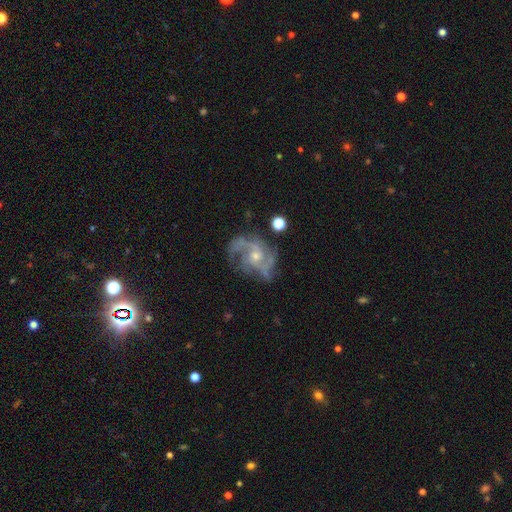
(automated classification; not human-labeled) Smooth or featured? Predicted: featured or disk (p=0.86). Edge-on disk? Predicted: no (p=0.98). Bar? Predicted: no (p=0.64). Spiral arms? Predicted: yes (p=0.96). Spiral winding? Predicted: medium (p=0.52). Spiral arm count? Predicted: 3 (p=0.34). Bulge size? Predicted: small (p=0.56). Merging? Predicted: none (p=0.67).